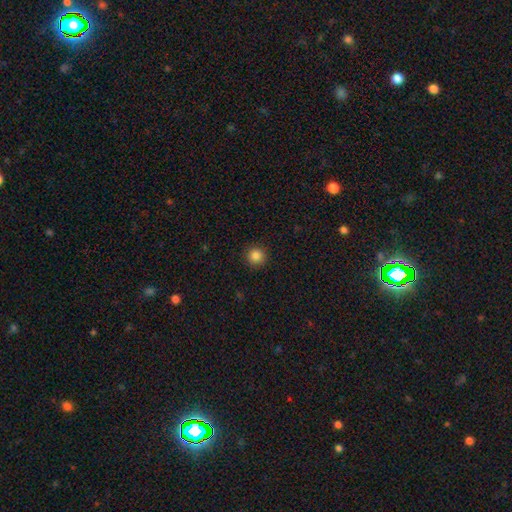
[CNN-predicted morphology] Smooth or featured?
  - smooth: 86% *
  - star or artifact: 11%
  - featured or disk: 3%
How rounded?
  - round: 94% *
  - in between: 5%
  - cigar-shaped: 1%
Merging?
  - none: 92% *
  - minor disturbance: 5%
  - major disturbance: 2%
  - merger: 1%